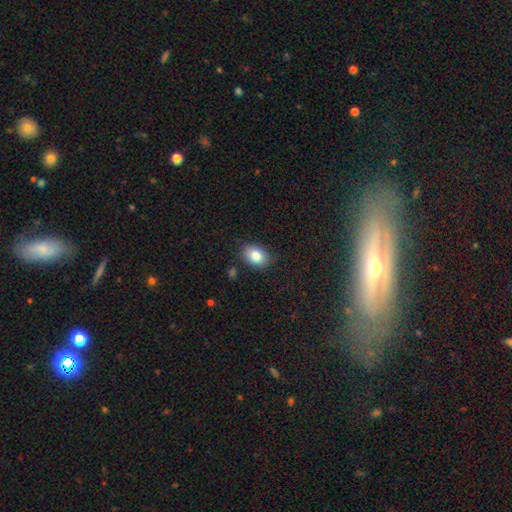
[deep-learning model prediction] Smooth or featured: smooth — 84% (star or artifact — 8%)
How rounded: in between — 78% (round — 21%)
Merging: none — 84% (minor disturbance — 12%)